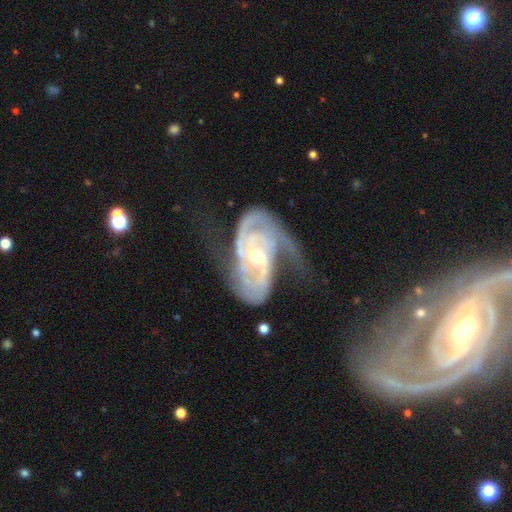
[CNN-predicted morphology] smooth-or-featured: featured or disk: 91% | smooth: 5% | star or artifact: 5%
  disk-edge-on: no: 97% | yes: 3%
    bar: no: 46% | weak: 40% | strong: 14%
    has-spiral-arms: yes: 97% | no: 3%
      spiral-winding: tight: 45% | medium: 41% | loose: 14%
      spiral-arm-count: 2: 52% | 3: 18% | can't tell: 16% | 1: 5% | 4: 5% | more than 4: 4%
    bulge-size: moderate: 48% (tied) | small: 48% (tied) | large: 2% | none: 1% | dominant: 1%
  merging: none: 39% | major disturbance: 32% | minor disturbance: 25% | merger: 4%